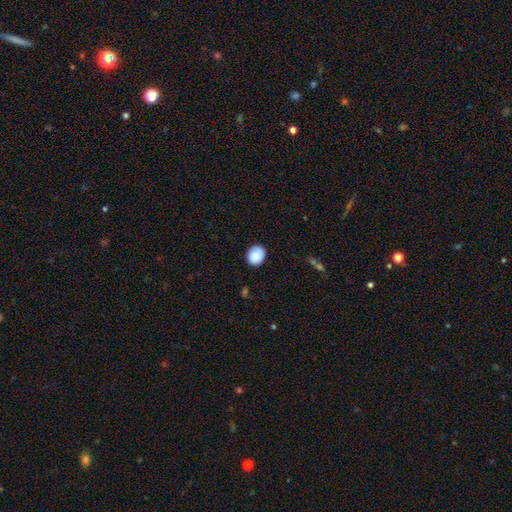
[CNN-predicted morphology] smooth 89%, star or artifact 7%, featured or disk 4%. Down the decision tree: how rounded — round (66%); merging — none (86%).